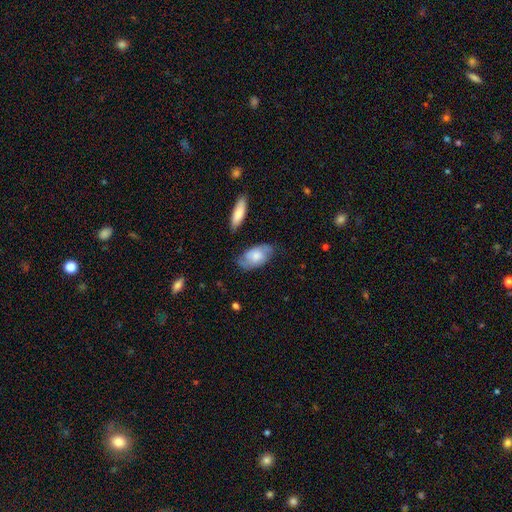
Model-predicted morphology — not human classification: Smooth or featured: smooth — 47% (tied with featured or disk — 47%)
Merging: none — 71% (minor disturbance — 20%)